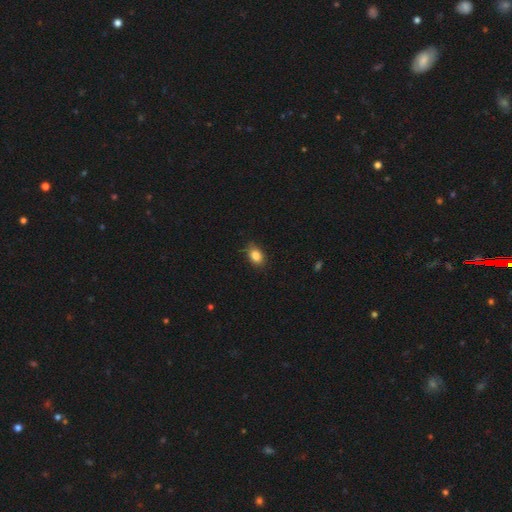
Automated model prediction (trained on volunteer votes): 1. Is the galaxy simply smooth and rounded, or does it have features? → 85% smooth, 9% star or artifact, 6% featured or disk.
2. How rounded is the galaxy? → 77% in between, 22% round, 2% cigar-shaped.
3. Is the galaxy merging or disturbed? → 80% none, 16% minor disturbance, 3% major disturbance, 1% merger.